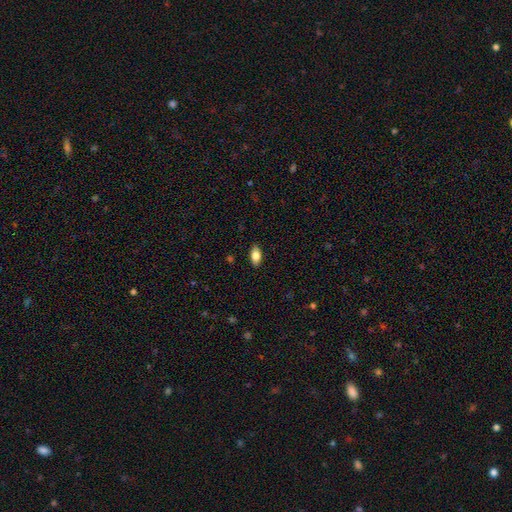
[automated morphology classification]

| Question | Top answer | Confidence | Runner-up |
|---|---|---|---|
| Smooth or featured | smooth | 81% | featured or disk (12%) |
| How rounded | in between | 90% | cigar-shaped (6%) |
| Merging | none | 88% | minor disturbance (9%) |